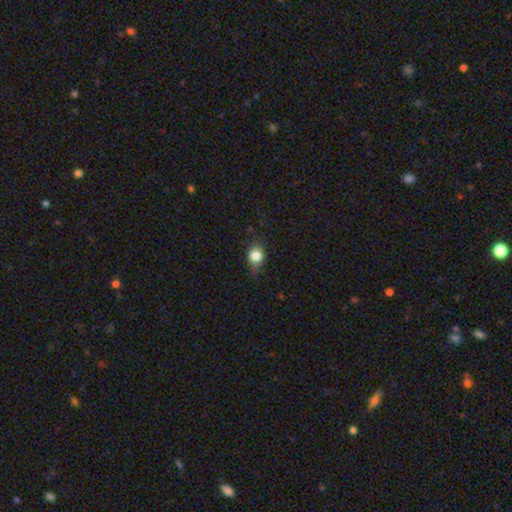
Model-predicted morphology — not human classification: A smooth galaxy with no disk features (81%) that is round (64%).

Vote fractions:
- Smooth or featured? smooth: 81% / star or artifact: 11% / featured or disk: 8%
- How rounded? round: 64% / in between: 35% / cigar-shaped: 1%
- Merging? none: 70% / minor disturbance: 23% / major disturbance: 6% / merger: 1%